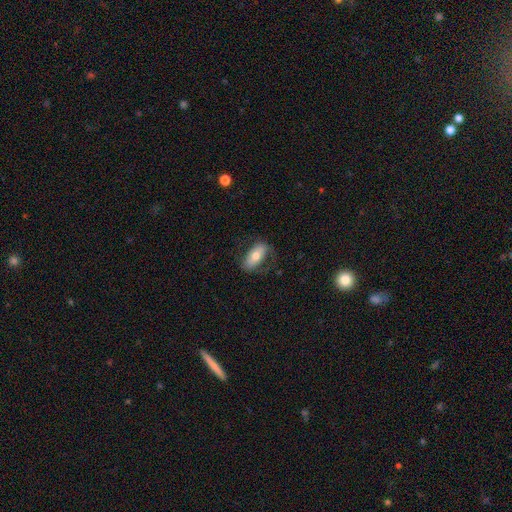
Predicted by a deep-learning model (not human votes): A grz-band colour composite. It shows a smooth galaxy with no disk features (60%) that is in between round and cigar-shaped (85%). Merging: none (70%).